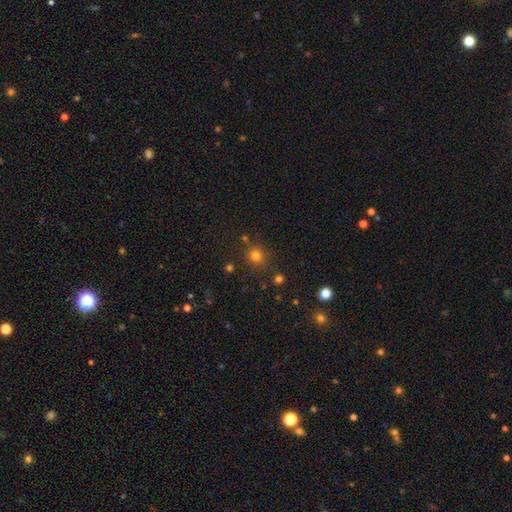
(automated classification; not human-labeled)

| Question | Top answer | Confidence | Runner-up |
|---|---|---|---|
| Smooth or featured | smooth | 75% | star or artifact (18%) |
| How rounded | round | 85% | in between (14%) |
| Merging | none | 78% | minor disturbance (12%) |